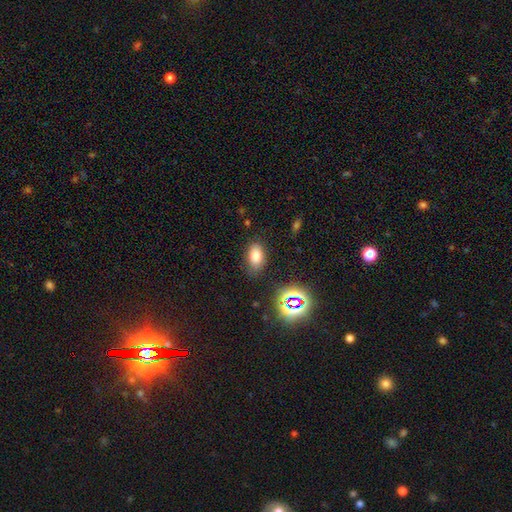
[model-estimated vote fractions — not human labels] smooth_or_featured: smooth (p=0.75) [alt: star or artifact p=0.16]
how_rounded: in between (p=0.89) [alt: round p=0.09]
merging: none (p=0.78) [alt: minor disturbance p=0.16]